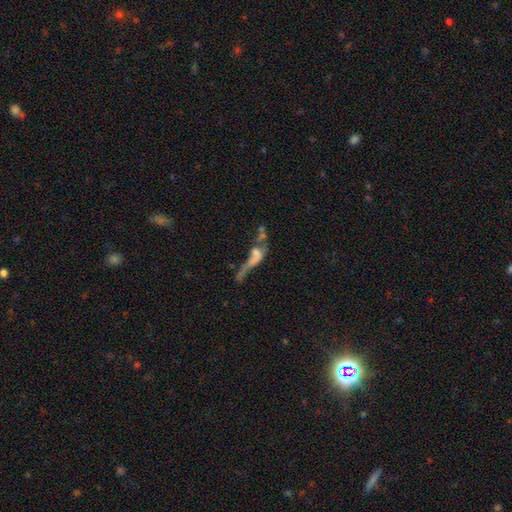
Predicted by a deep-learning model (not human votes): Smooth or featured? featured or disk (51%)
Edge-on disk? no (79%)
Merging? merger (36%)